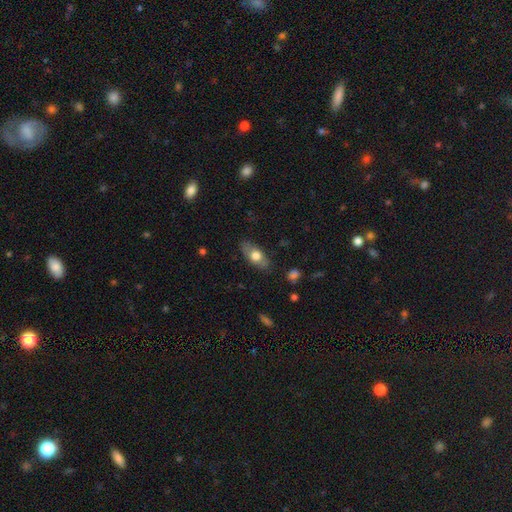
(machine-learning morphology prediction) Smooth or featured: smooth — 65% (featured or disk — 29%)
How rounded: in between — 83% (cigar-shaped — 12%)
Merging: none — 83% (minor disturbance — 13%)